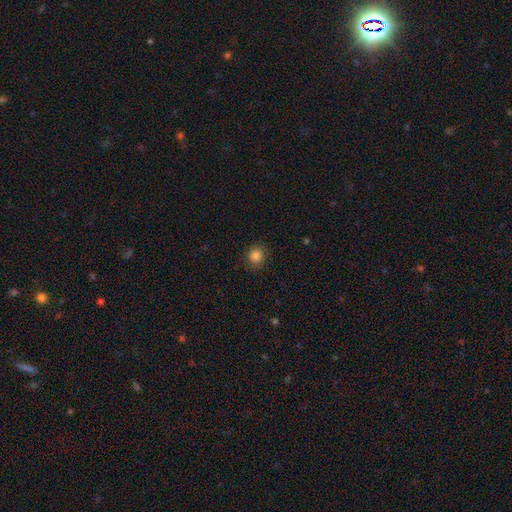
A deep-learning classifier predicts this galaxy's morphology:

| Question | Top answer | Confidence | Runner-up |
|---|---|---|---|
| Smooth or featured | smooth | 85% | star or artifact (11%) |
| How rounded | round | 87% | in between (12%) |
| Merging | none | 87% | minor disturbance (9%) |